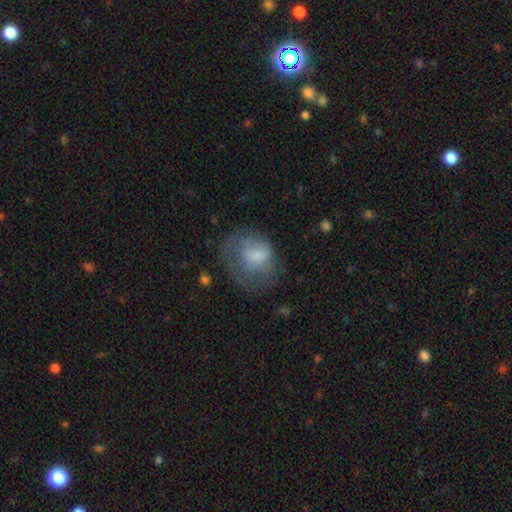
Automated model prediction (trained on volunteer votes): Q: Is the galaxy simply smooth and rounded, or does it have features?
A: smooth — 62%.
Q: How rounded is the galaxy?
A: round — 52%.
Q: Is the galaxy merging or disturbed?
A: none — 39%.